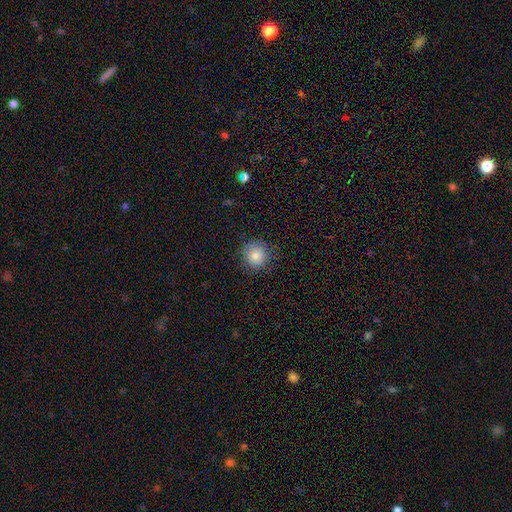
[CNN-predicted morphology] The model was most divided on "smooth or featured": smooth: 81%, star or artifact: 11%, featured or disk: 9%. More confident: how rounded — round (94%); merging — none (84%).